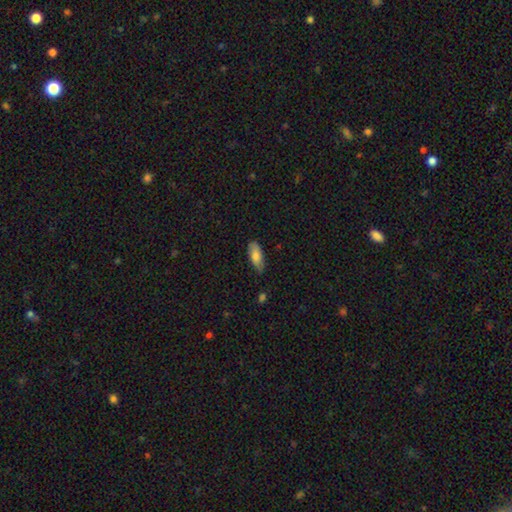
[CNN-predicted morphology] Overall: smooth (76%). How rounded: in between (81%). Merging: none (74%).